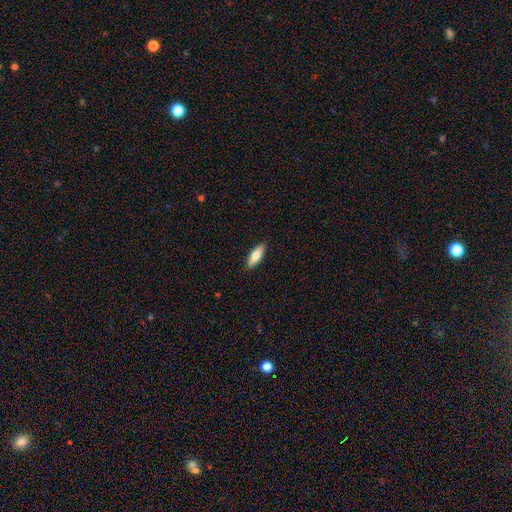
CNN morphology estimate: type=smooth (72%); roundness=in between (62%); merging=none (89%).